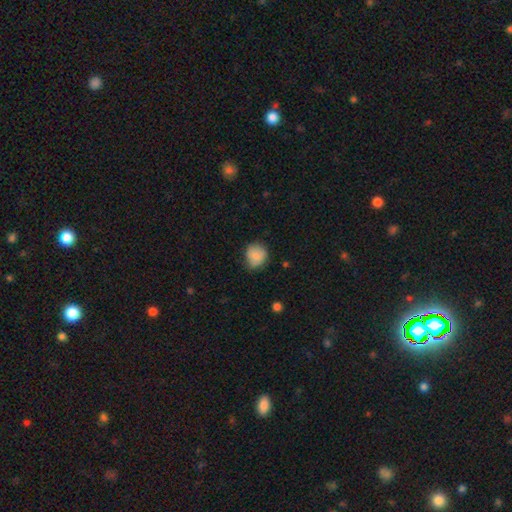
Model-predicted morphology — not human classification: Smooth or featured? smooth (83%)
How rounded? round (76%)
Merging? none (64%)